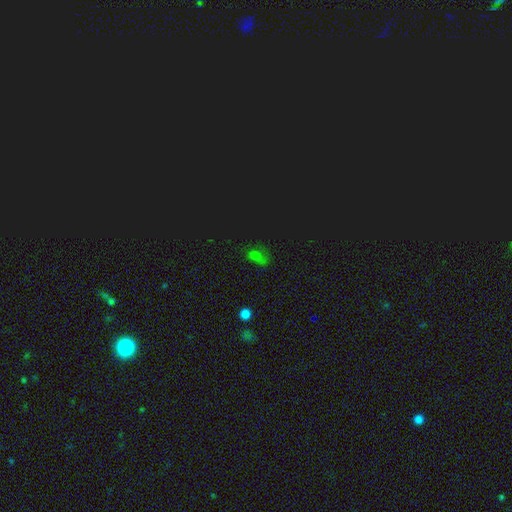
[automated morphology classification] This is possibly a smooth galaxy (48%). Merging: possibly none (56%).